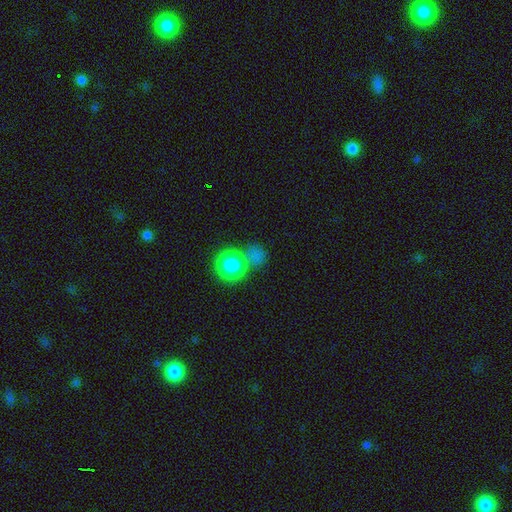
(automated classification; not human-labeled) Smooth or featured: smooth — 78% (star or artifact — 14%)
How rounded: round — 76% (in between — 23%)
Merging: none — 44% (merger — 33%)